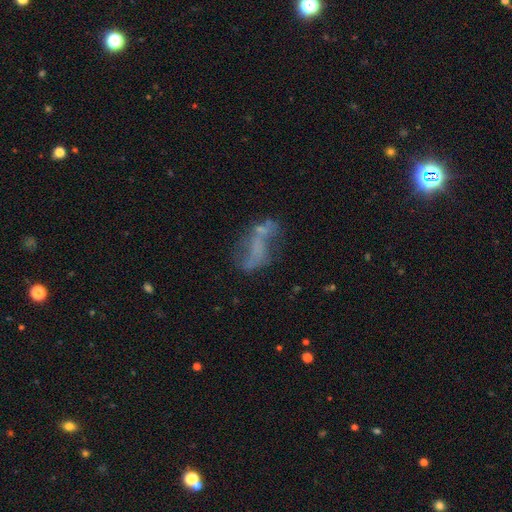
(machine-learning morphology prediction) smooth_or_featured: featured or disk (p=0.56) [alt: smooth p=0.30]
disk_edge_on: no (p=0.94) [alt: yes p=0.06]
bar: no (p=0.68) [alt: weak p=0.19]
has_spiral_arms: no (p=0.71) [alt: yes p=0.29]
bulge_size: none (p=0.74) [alt: small p=0.15]
merging: none (p=0.37) [alt: major disturbance p=0.27]